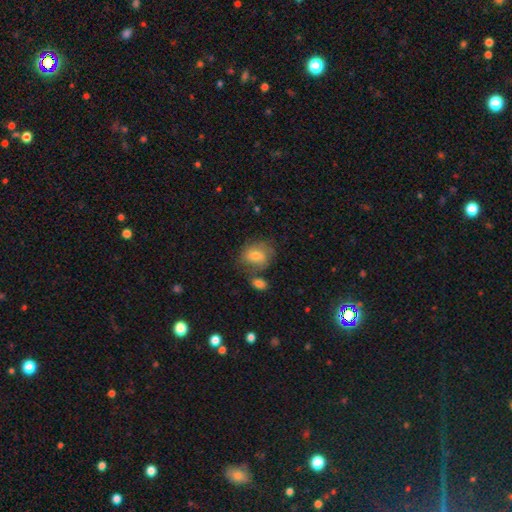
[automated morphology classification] smooth-or-featured: smooth: 62% | featured or disk: 27% | star or artifact: 10%
  how-rounded: in between: 52% | round: 47% | cigar-shaped: 1%
  merging: none: 56% | minor disturbance: 21% | merger: 14% | major disturbance: 9%